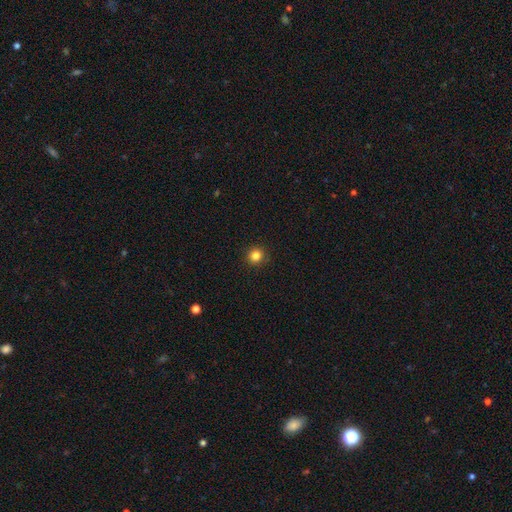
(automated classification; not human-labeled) Smooth or featured? smooth (83%)
How rounded? round (94%)
Merging? none (92%)